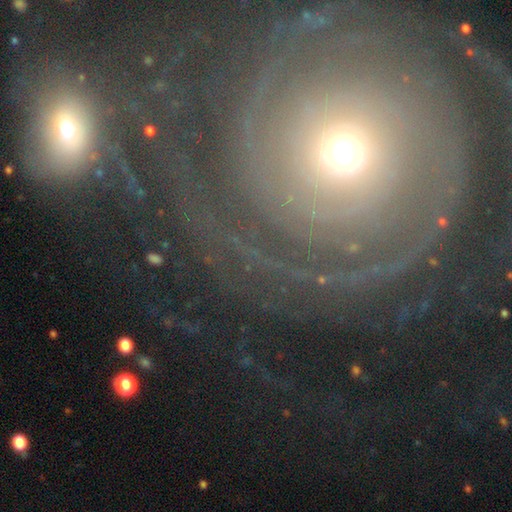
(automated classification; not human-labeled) Smooth or featured: featured or disk — 72% (star or artifact — 15%)
Edge-on disk: no — 95% (yes — 5%)
Bar: no — 76% (weak — 15%)
Spiral arms: yes — 87% (no — 13%)
Spiral winding: tight — 73% (medium — 18%)
Spiral arm count: can't tell — 32% (2 — 20%)
Bulge size: small — 49% (moderate — 42%)
Merging: none — 72% (major disturbance — 13%)